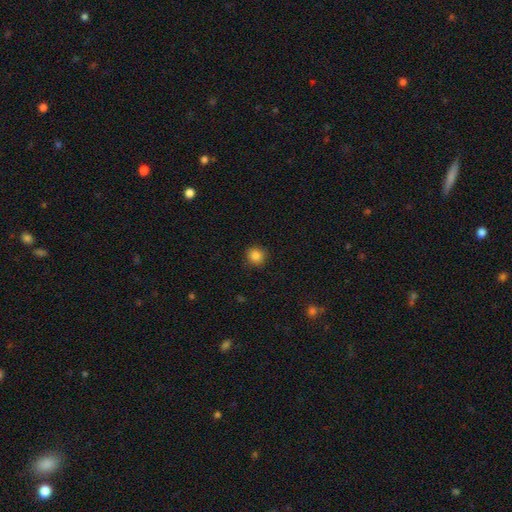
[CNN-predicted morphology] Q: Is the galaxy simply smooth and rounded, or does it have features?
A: smooth — 85%.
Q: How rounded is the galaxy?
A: round — 92%.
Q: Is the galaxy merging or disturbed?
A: none — 89%.